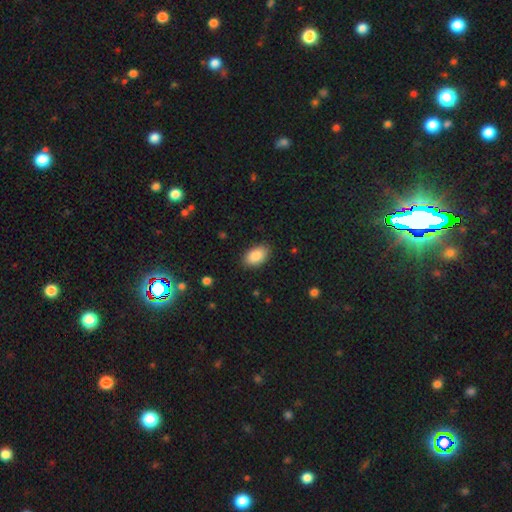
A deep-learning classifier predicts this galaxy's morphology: This is clearly a smooth galaxy (88%). How rounded: clearly in between (93%). Merging: clearly none (86%).